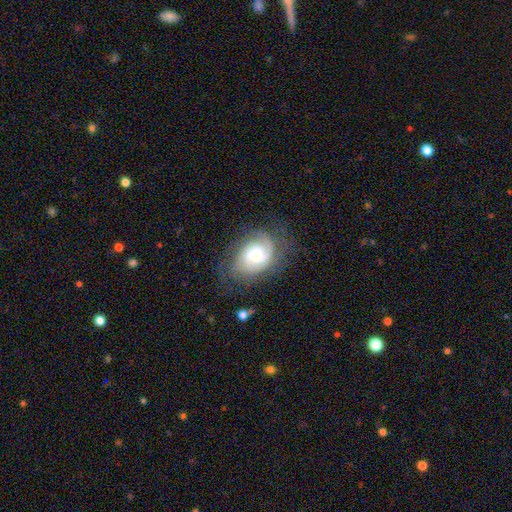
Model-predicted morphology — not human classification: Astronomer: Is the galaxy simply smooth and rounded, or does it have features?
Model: featured or disk — 80%.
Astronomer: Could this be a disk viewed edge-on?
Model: no — 97%.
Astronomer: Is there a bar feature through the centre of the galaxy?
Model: no — 58% (runner-up: weak, 36%).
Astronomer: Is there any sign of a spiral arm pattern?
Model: yes — 95%.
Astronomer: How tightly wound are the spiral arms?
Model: tight — 50% (runner-up: medium, 38%).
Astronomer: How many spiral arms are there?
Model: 2 — 45% (runner-up: can't tell, 23%).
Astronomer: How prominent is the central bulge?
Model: moderate — 48% (runner-up: small, 42%).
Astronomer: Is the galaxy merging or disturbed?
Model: none — 67%.